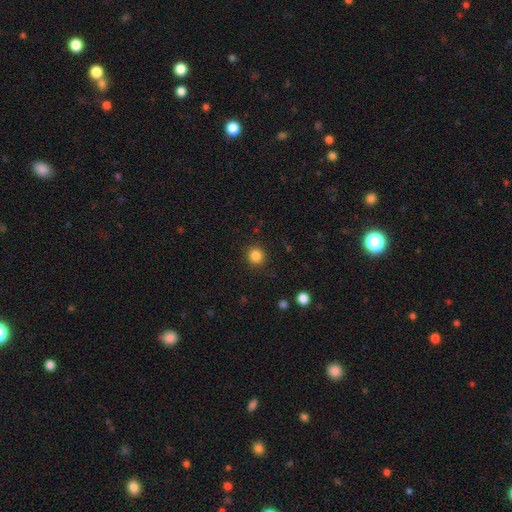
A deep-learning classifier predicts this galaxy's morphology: A smooth galaxy with no disk features (85%) that is round (92%). Merging: none (90%).